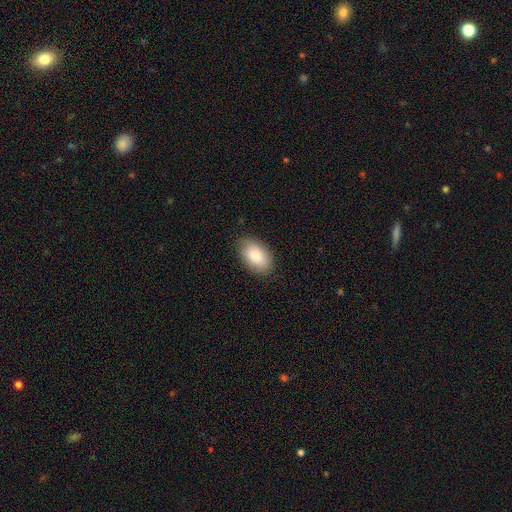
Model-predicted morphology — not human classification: Smooth or featured? smooth (83%)
How rounded? in between (93%)
Merging? none (85%)